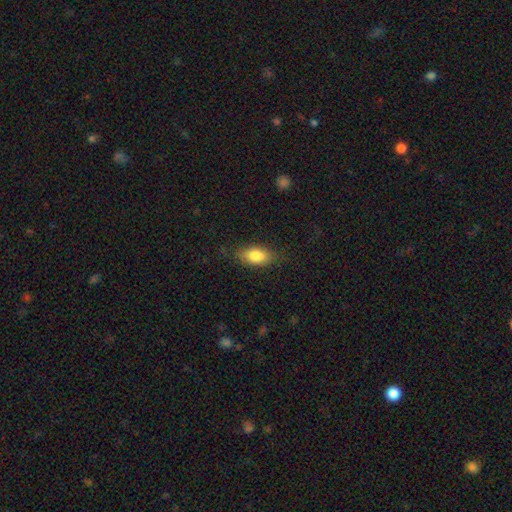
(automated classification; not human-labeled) Overall: smooth (82%). How rounded: in between (86%). Merging: none (80%).